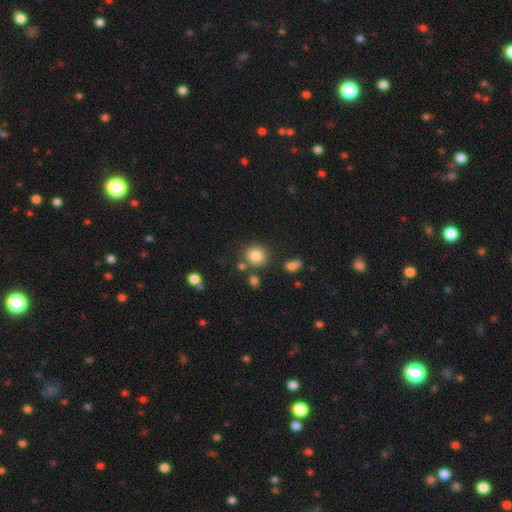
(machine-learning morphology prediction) Smooth or featured? smooth (83%)
How rounded? round (81%)
Merging? none (76%)